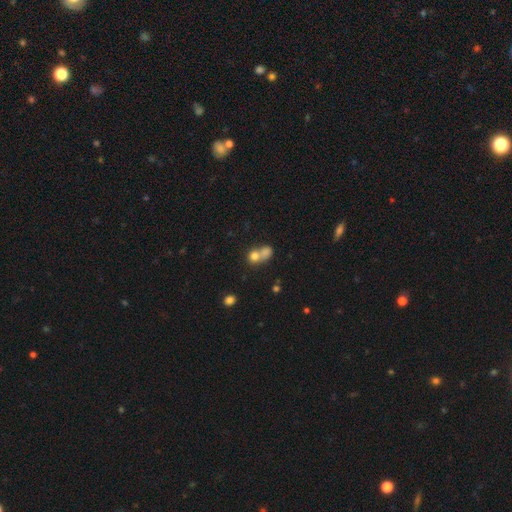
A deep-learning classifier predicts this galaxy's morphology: smooth_or_featured: smooth (p=0.75) [alt: featured or disk p=0.14]
how_rounded: round (p=0.71) [alt: in between p=0.27]
merging: merger (p=0.64) [alt: none p=0.26]